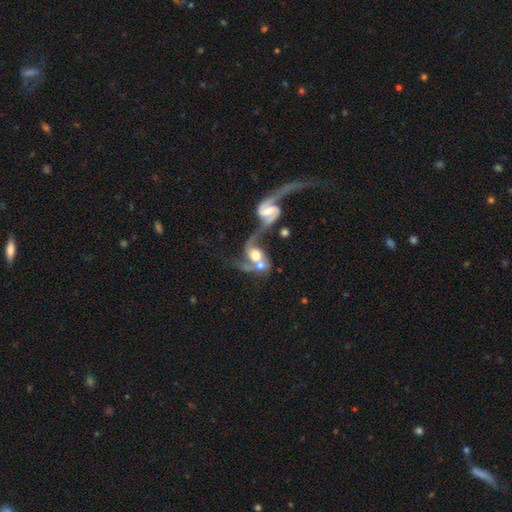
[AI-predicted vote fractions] A featured or disk galaxy (67%) with no bar (51%), 2 (78%) loose (61%) spiral arms (82%) and a moderate central bulge (48%).

Vote fractions:
- Smooth or featured? featured or disk: 67% / smooth: 26% / star or artifact: 8%
- Edge-on disk? no: 96% / yes: 4%
- Bar? no: 51% / weak: 33% / strong: 16%
- Spiral arms? yes: 82% / no: 18%
- Spiral winding? loose: 61% / medium: 30% / tight: 8%
- Spiral arm count? 2: 78% / 1: 12% / can't tell: 6% / 3: 2% / 4: 1% / more than 4: 1%
- Bulge size? moderate: 48% / large: 28% / small: 15% / none: 5% / dominant: 4%
- Merging? merger: 76% / none: 11% / major disturbance: 8% / minor disturbance: 5%